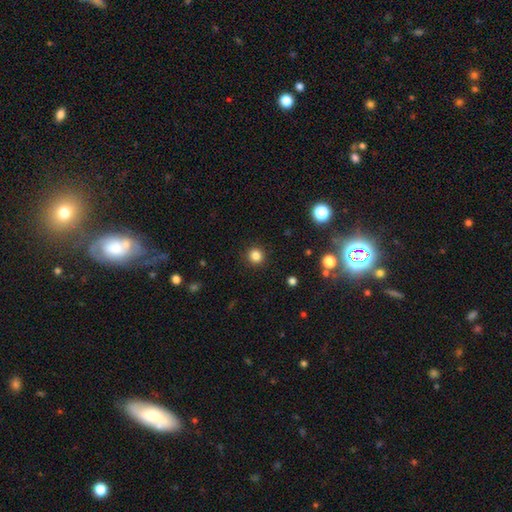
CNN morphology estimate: This is clearly a smooth galaxy (82%). How rounded: clearly round (94%). Merging: clearly none (92%).